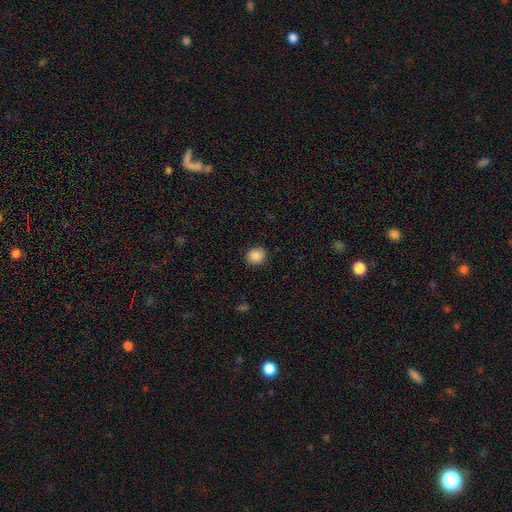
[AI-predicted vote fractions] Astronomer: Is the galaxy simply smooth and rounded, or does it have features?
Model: smooth — 88%.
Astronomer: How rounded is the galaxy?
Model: round — 73%.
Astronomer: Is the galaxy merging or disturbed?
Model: none — 88%.